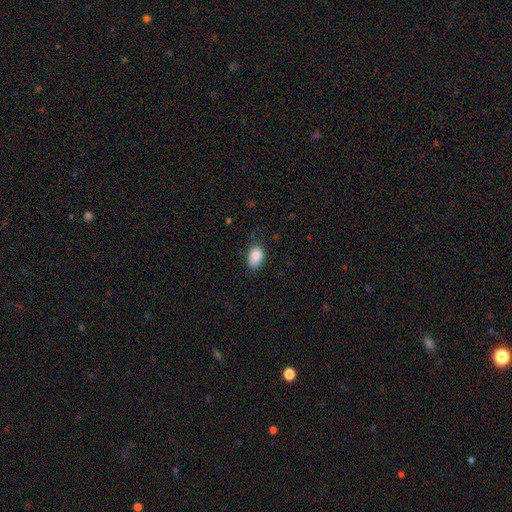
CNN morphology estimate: This is clearly a smooth galaxy (87%). How rounded: clearly in between (87%). Merging: likely none (66%).